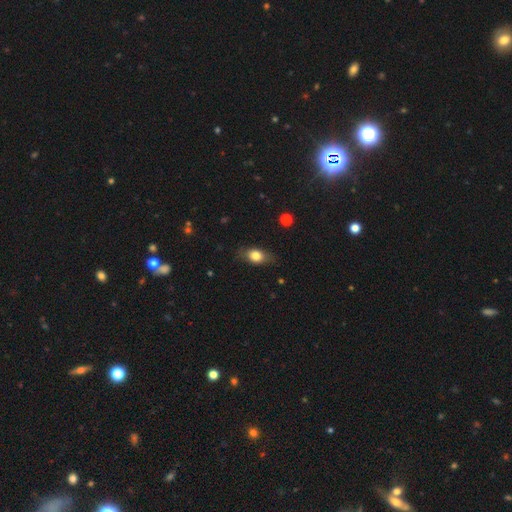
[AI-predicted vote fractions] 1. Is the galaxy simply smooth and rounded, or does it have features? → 77% smooth, 15% featured or disk, 8% star or artifact.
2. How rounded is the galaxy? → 76% in between, 19% round, 5% cigar-shaped.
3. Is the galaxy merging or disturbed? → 75% none, 19% minor disturbance, 5% major disturbance, 1% merger.